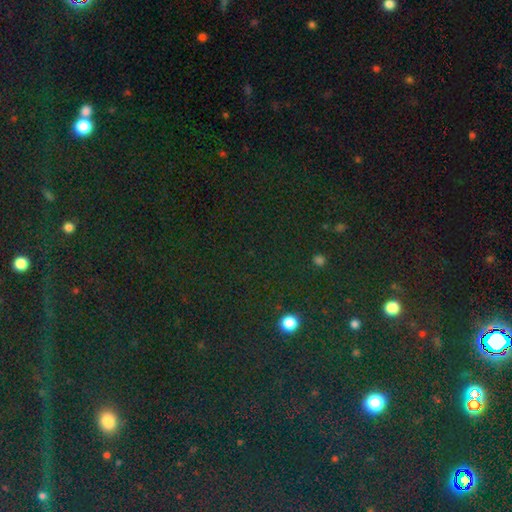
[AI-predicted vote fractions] A star or artifact, not a galaxy (78%).